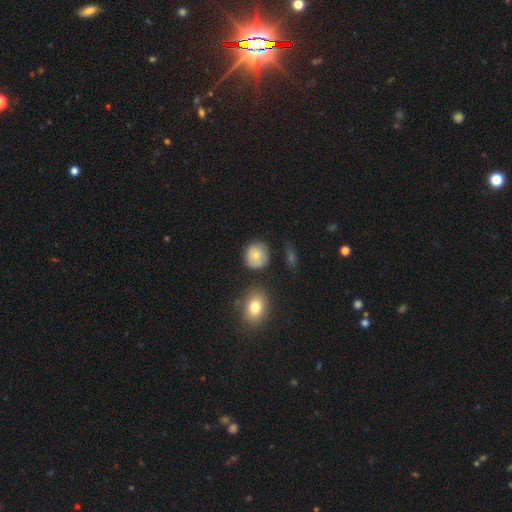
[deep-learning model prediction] Smooth or featured? Predicted: smooth (p=0.73). How rounded? Predicted: round (p=0.83). Merging? Predicted: none (p=0.67).